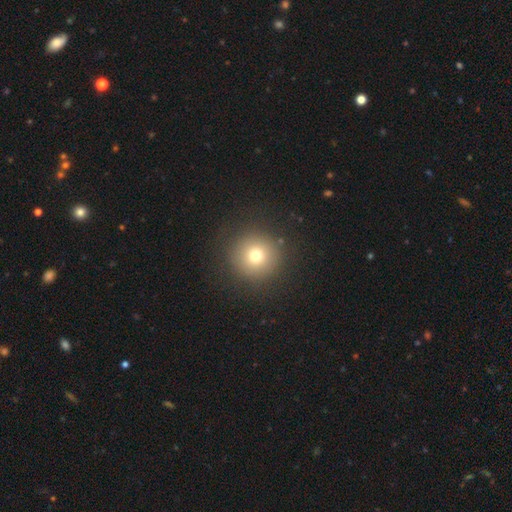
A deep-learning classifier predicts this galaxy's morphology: This is likely a smooth galaxy (74%). How rounded: clearly round (96%). Merging: clearly none (89%).